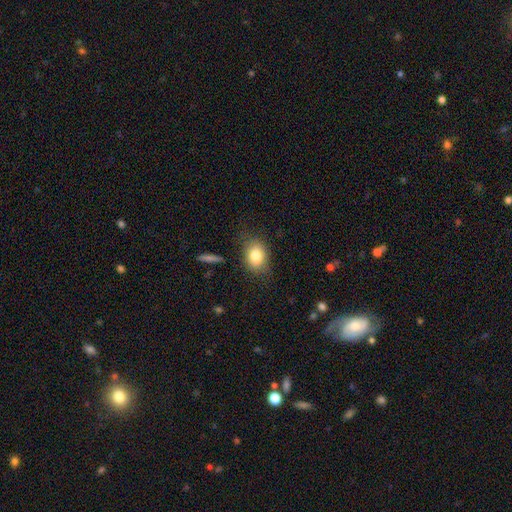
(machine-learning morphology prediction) The model was most divided on "how rounded": in between: 68%, round: 31%, cigar-shaped: 1%. More confident: smooth or featured — smooth (82%); merging — none (76%).